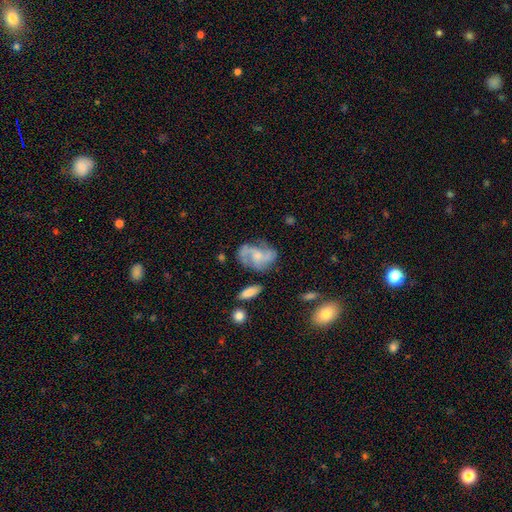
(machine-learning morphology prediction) Overall: featured or disk (73%). Edge-on disk: no (97%). Bar: no (59%; weak 33%). Spiral arms: yes (89%). Spiral arm count: 2 (59%). Spiral winding: medium (46%; loose 36%). Bulge size: small (48%; moderate 33%). Merging: none (57%; minor disturbance 23%).